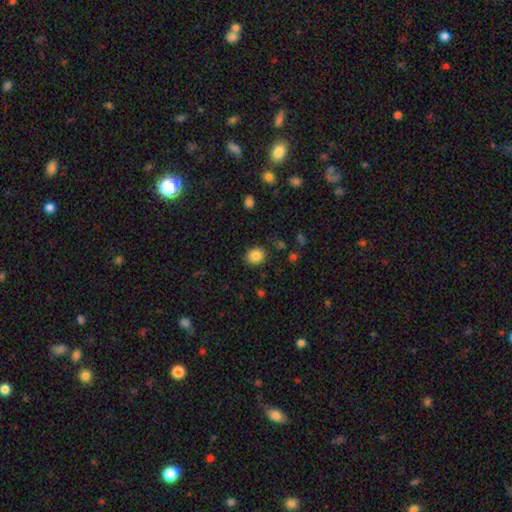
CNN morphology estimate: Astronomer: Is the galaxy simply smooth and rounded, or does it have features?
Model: smooth — 86%.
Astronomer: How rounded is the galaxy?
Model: round — 61% (runner-up: in between, 38%).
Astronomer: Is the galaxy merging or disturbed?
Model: none — 86%.